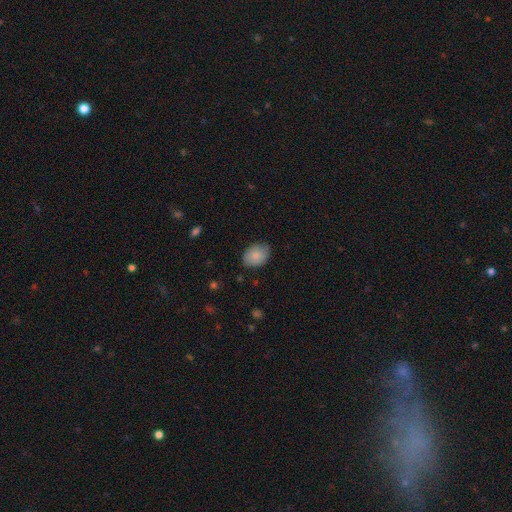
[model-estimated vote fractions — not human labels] Overall: smooth (84%). How rounded: in between (70%). Merging: none (76%).